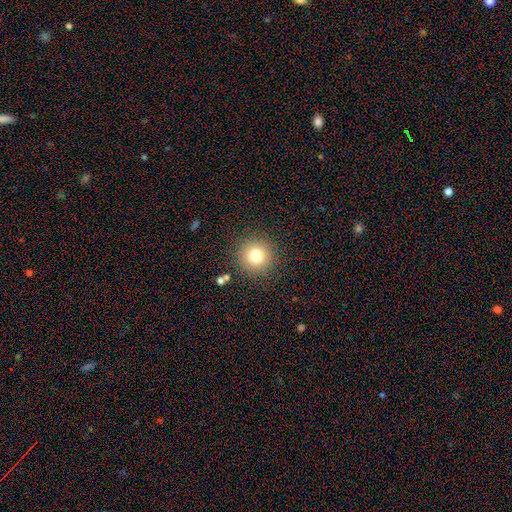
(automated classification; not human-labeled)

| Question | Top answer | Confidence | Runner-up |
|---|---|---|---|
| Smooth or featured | smooth | 77% | star or artifact (13%) |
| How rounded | round | 95% | in between (4%) |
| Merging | none | 88% | minor disturbance (7%) |